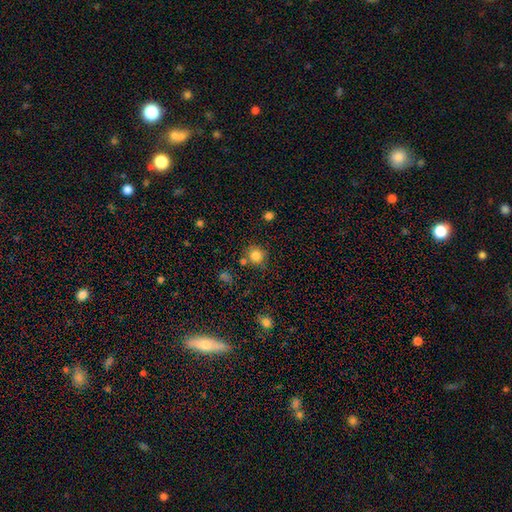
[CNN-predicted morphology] The model was most divided on "merging": none: 74%, minor disturbance: 11%, merger: 11%, major disturbance: 4%. More confident: how rounded — round (89%); smooth or featured — smooth (83%).